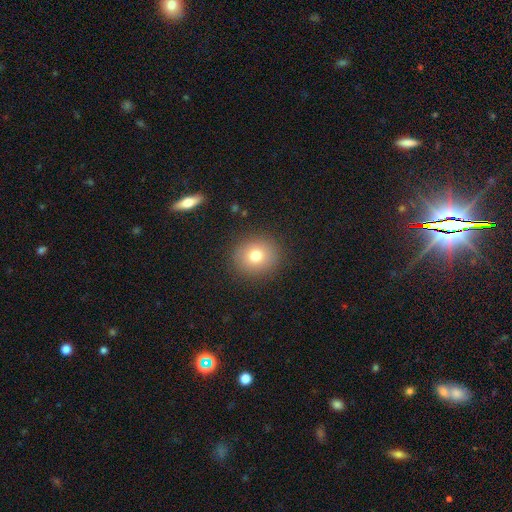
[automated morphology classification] Smooth or featured? Predicted: smooth (p=0.76). How rounded? Predicted: round (p=0.82). Merging? Predicted: none (p=0.88).